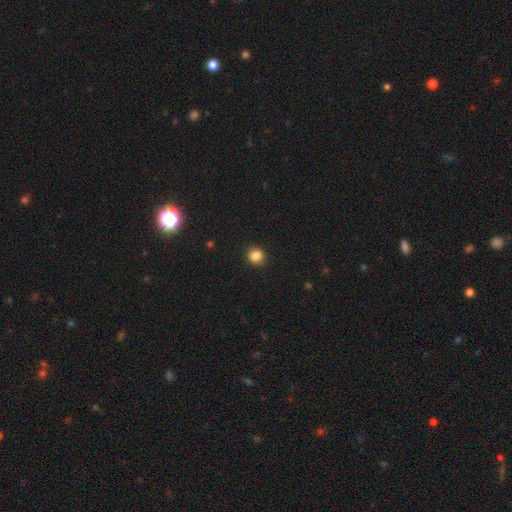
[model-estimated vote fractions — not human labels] Q: Smooth or featured?
A: smooth (85%); runner-up: star or artifact (11%)
Q: How rounded?
A: round (92%); runner-up: in between (7%)
Q: Merging?
A: none (92%); runner-up: minor disturbance (5%)